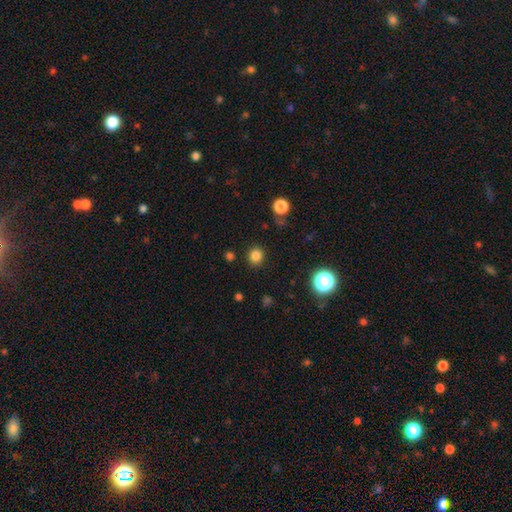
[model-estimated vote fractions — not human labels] This is clearly a smooth galaxy (82%). How rounded: clearly round (91%). Merging: clearly none (89%).